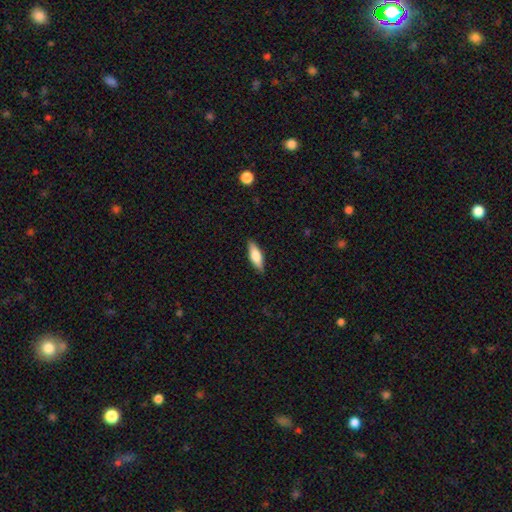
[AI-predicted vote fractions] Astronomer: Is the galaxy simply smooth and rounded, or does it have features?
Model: smooth — 75%.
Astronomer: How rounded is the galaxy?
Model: in between — 58% (runner-up: cigar-shaped, 39%).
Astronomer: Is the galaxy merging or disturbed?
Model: none — 88%.